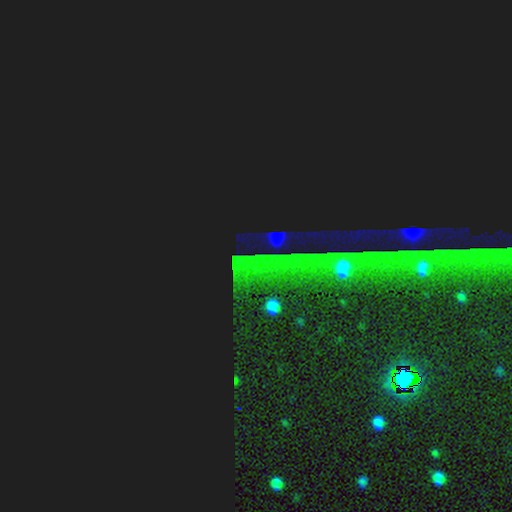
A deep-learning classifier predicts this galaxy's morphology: star or artifact 84%, smooth 9%, featured or disk 8%.